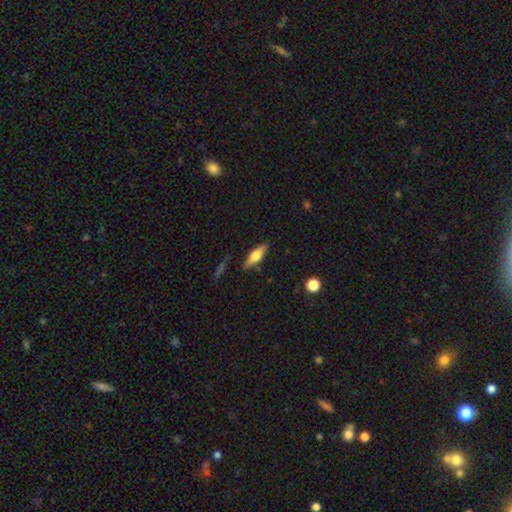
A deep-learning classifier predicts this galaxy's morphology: Smooth or featured? Predicted: smooth (p=0.57). How rounded? Predicted: in between (p=0.54). Merging? Predicted: none (p=0.81).